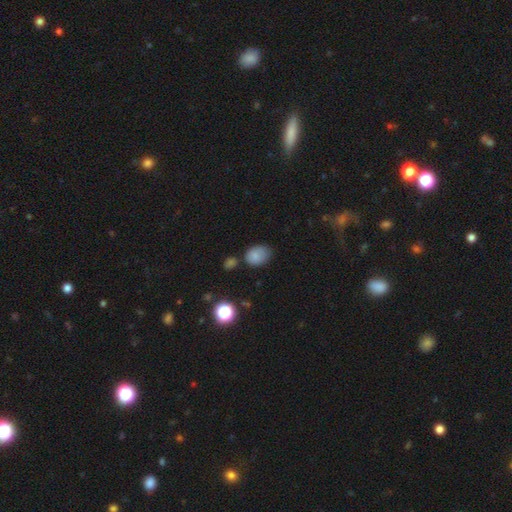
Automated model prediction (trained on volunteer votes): This appears to be a smooth galaxy with no disk features (82%) that is in between round and cigar-shaped (70%). Merging: none (60%).